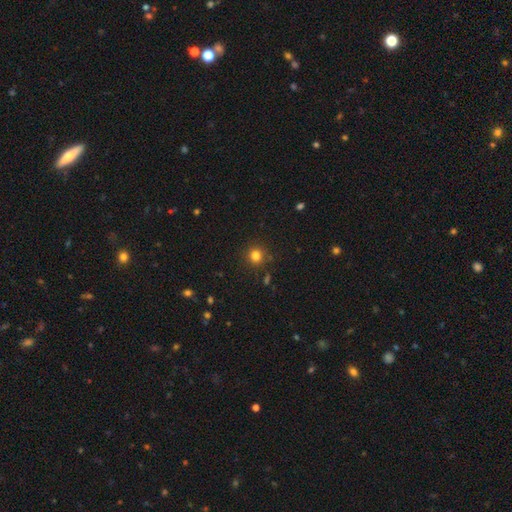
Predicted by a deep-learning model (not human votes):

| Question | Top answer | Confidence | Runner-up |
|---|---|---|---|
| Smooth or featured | smooth | 81% | star or artifact (14%) |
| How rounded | round | 91% | in between (8%) |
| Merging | none | 88% | minor disturbance (7%) |